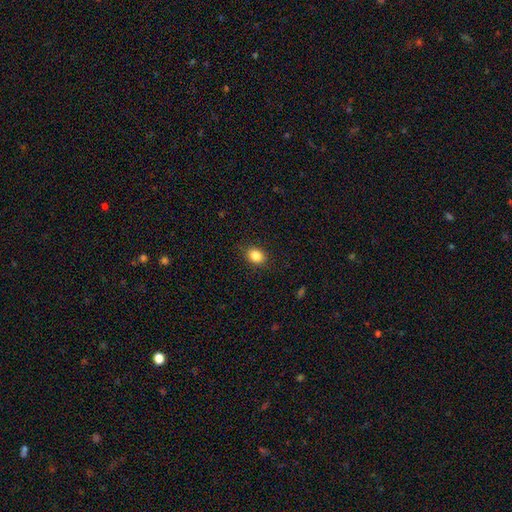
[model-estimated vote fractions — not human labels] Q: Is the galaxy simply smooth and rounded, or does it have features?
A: smooth — 86%.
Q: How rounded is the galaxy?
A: in between — 56%.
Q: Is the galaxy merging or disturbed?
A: none — 86%.